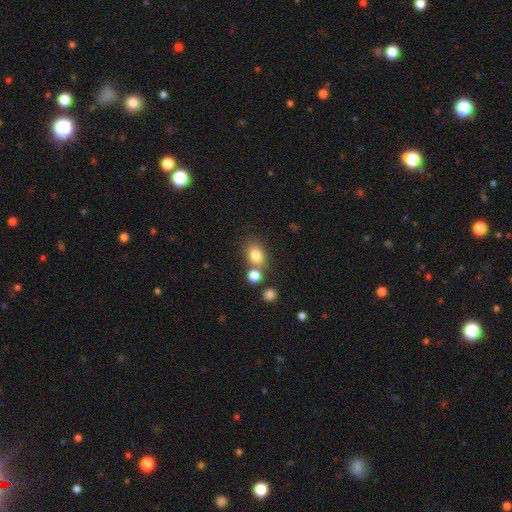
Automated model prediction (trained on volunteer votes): Smooth or featured?
  - smooth: 81% *
  - star or artifact: 11%
  - featured or disk: 8%
How rounded?
  - in between: 60% *
  - round: 39%
  - cigar-shaped: 1%
Merging?
  - none: 62% *
  - merger: 21%
  - minor disturbance: 13%
  - major disturbance: 5%